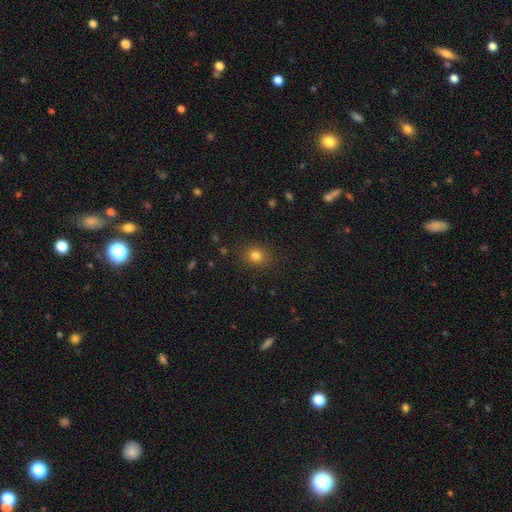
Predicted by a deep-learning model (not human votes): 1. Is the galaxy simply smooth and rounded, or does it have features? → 80% smooth, 14% star or artifact, 6% featured or disk.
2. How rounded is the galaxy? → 70% round, 29% in between, 1% cigar-shaped.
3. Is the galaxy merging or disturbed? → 88% none, 8% minor disturbance, 3% major disturbance, 1% merger.